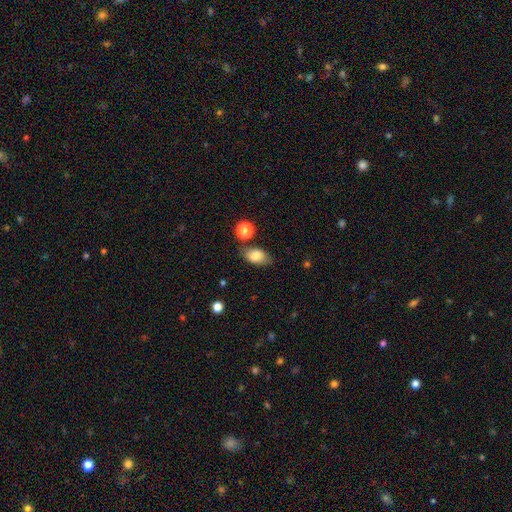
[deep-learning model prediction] smooth_or_featured: smooth (p=0.80) [alt: featured or disk p=0.12]
how_rounded: in between (p=0.89) [alt: round p=0.09]
merging: none (p=0.72) [alt: minor disturbance p=0.17]